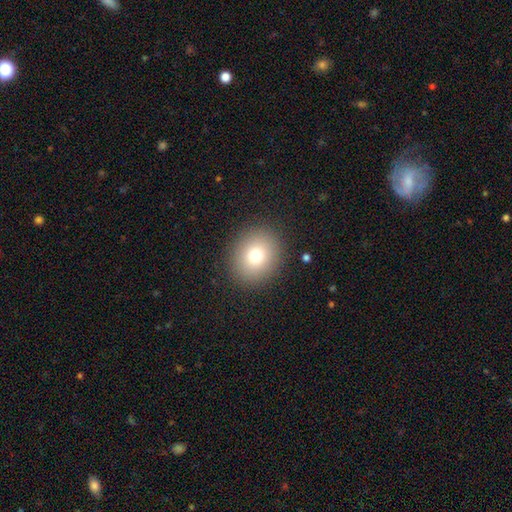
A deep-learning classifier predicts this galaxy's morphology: The model was most divided on "how rounded": round: 76%, in between: 24%, cigar-shaped: 1%. More confident: merging — none (89%); smooth or featured — smooth (76%).